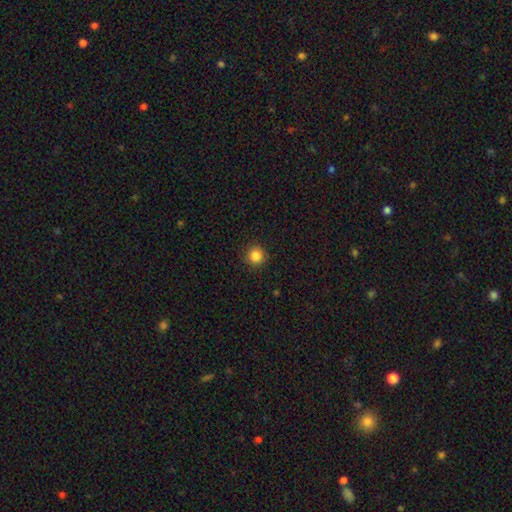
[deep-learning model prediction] A smooth galaxy with no disk features (85%) that is round (95%). Merging: none (91%).